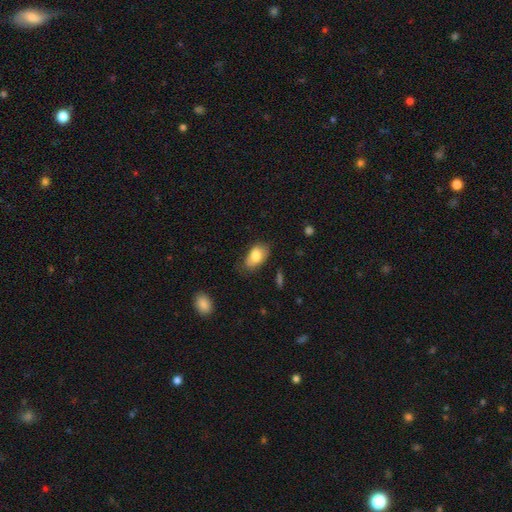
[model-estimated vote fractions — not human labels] Smooth or featured: smooth — 81% (featured or disk — 12%)
How rounded: in between — 91% (round — 7%)
Merging: none — 63% (minor disturbance — 28%)